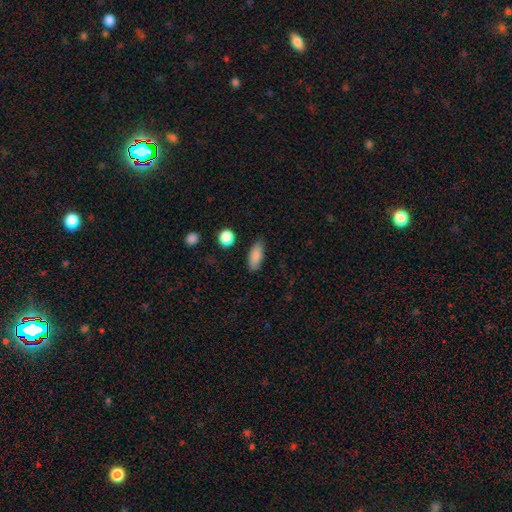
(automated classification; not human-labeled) smooth-or-featured: smooth: 86% | star or artifact: 7% | featured or disk: 7%
  how-rounded: in between: 80% | cigar-shaped: 17% | round: 3%
  merging: none: 83% | minor disturbance: 12% | major disturbance: 3% | merger: 2%